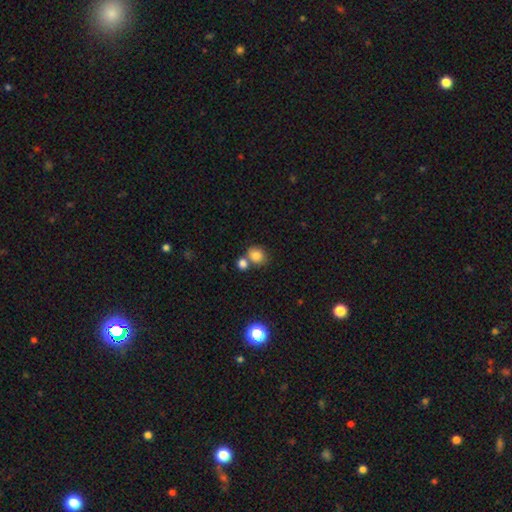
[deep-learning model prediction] This appears to be a smooth galaxy with no disk features (82%) that is round (67%). Merging: none (55%).